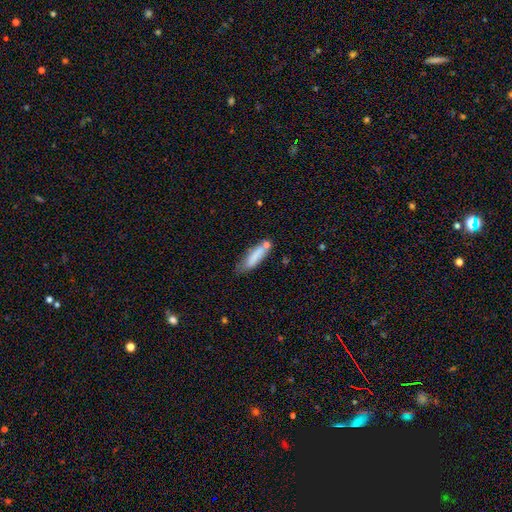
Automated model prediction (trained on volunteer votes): Morphology: type=smooth (78%); roundness=cigar-shaped (66%); merging=none (51%).